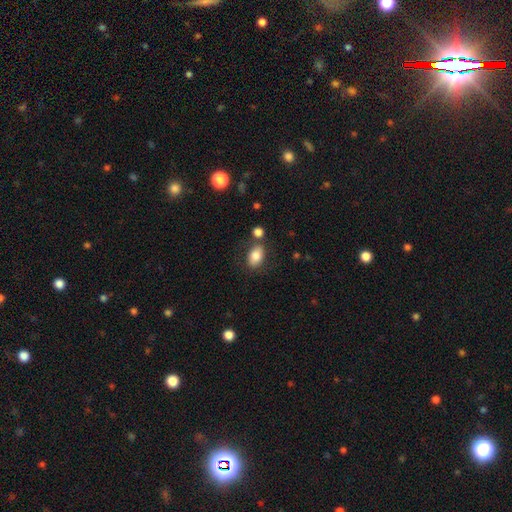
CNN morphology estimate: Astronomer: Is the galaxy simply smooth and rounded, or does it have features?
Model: smooth — 82%.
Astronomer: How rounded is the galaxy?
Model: in between — 88%.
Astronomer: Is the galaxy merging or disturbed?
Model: none — 72%.